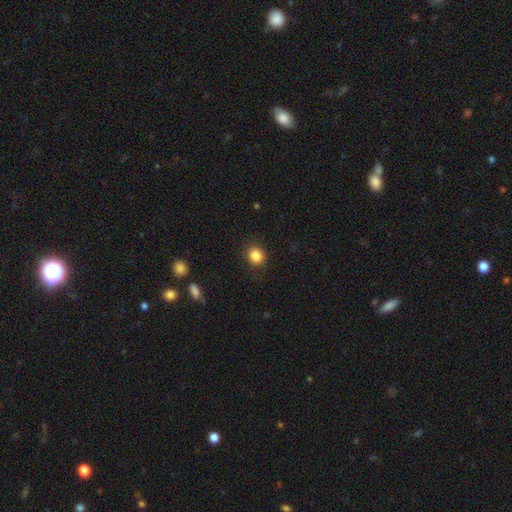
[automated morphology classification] Smooth or featured? Predicted: smooth (p=0.85). How rounded? Predicted: round (p=0.72). Merging? Predicted: none (p=0.88).